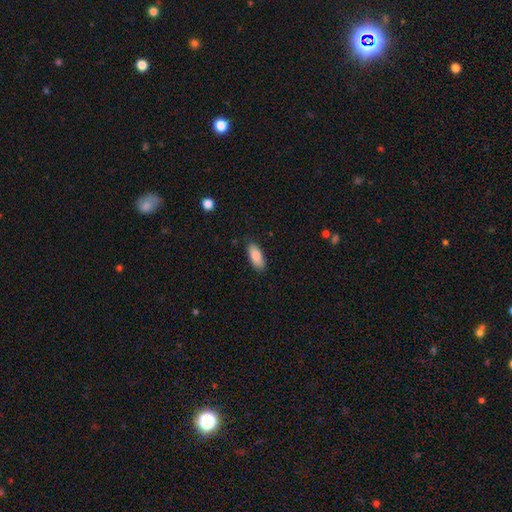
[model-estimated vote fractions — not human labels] Smooth or featured? smooth (83%)
How rounded? in between (83%)
Merging? none (86%)